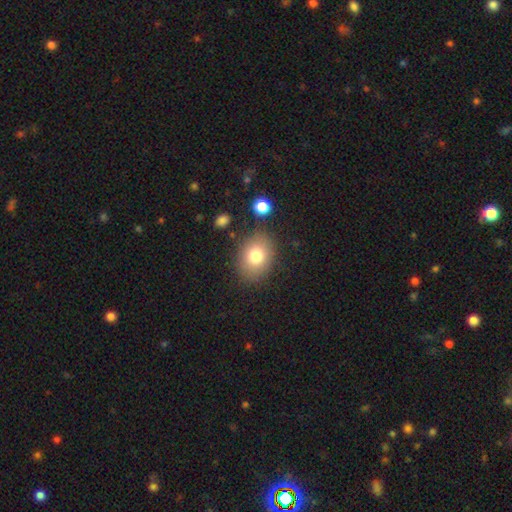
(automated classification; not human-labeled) smooth_or_featured: smooth (p=0.79) [alt: featured or disk p=0.11]
how_rounded: in between (p=0.62) [alt: round p=0.37]
merging: none (p=0.81) [alt: minor disturbance p=0.12]